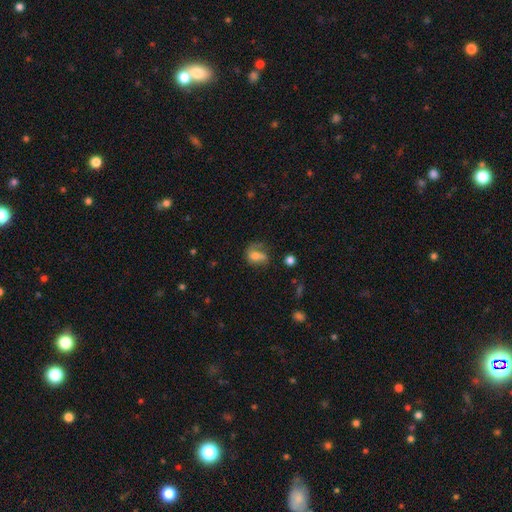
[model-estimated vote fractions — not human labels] A smooth galaxy with no disk features (53%) that is in between round and cigar-shaped (70%). Merging: none (39%).